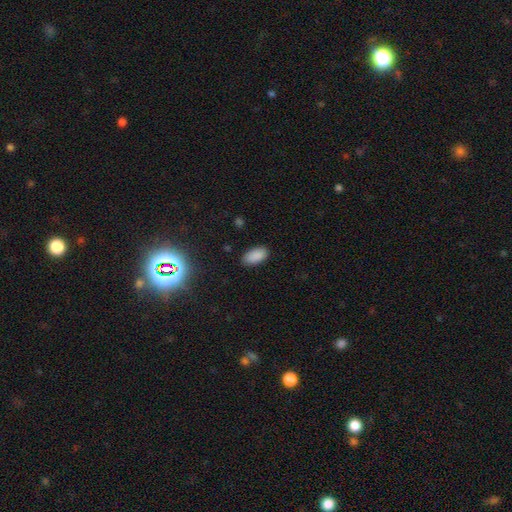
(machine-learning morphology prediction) Smooth or featured? Predicted: smooth (p=0.88). How rounded? Predicted: in between (p=0.95). Merging? Predicted: none (p=0.85).